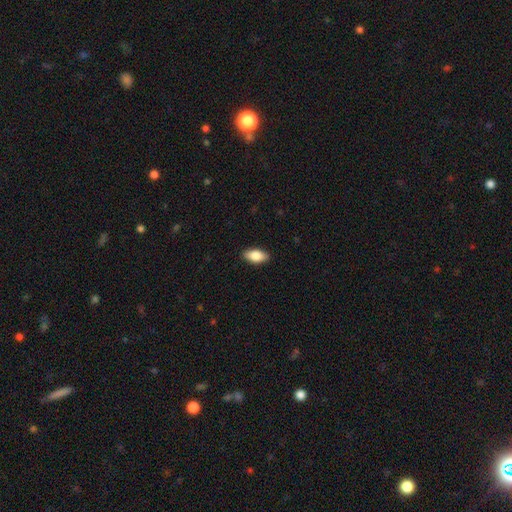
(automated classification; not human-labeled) The model was most divided on "smooth or featured": smooth: 81%, featured or disk: 13%, star or artifact: 7%. More confident: how rounded — in between (90%); merging — none (89%).